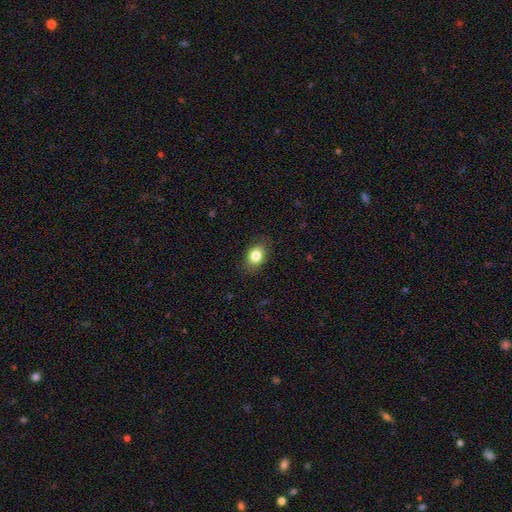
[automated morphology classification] Overall: smooth (83%). How rounded: in between (73%). Merging: none (85%).